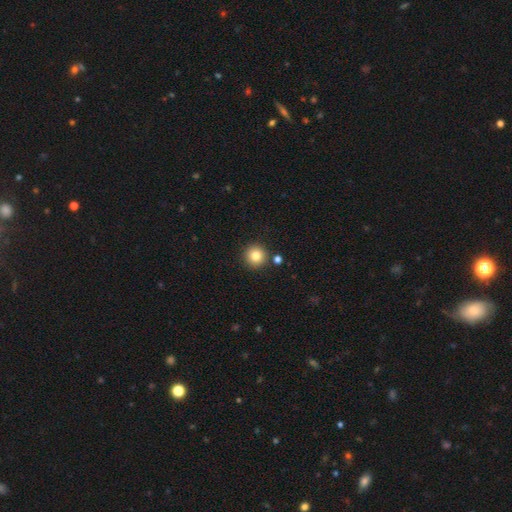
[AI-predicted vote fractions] smooth-or-featured: smooth: 82% | star or artifact: 11% | featured or disk: 7%
  how-rounded: round: 95% | in between: 4% | cigar-shaped: 1%
  merging: none: 88% | minor disturbance: 6% | merger: 4% | major disturbance: 2%